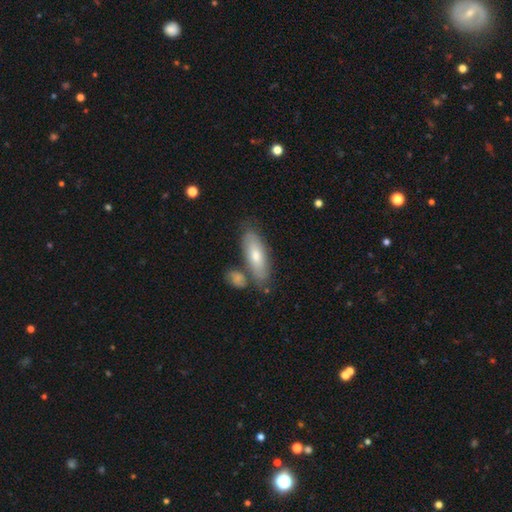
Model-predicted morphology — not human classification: Smooth or featured? smooth (63%)
How rounded? in between (63%)
Merging? none (68%)